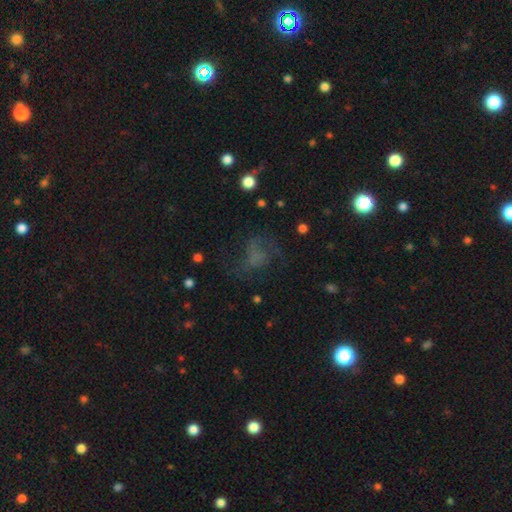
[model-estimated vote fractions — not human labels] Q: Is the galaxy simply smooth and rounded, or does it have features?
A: smooth — 38%.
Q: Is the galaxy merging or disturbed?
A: none — 46%.